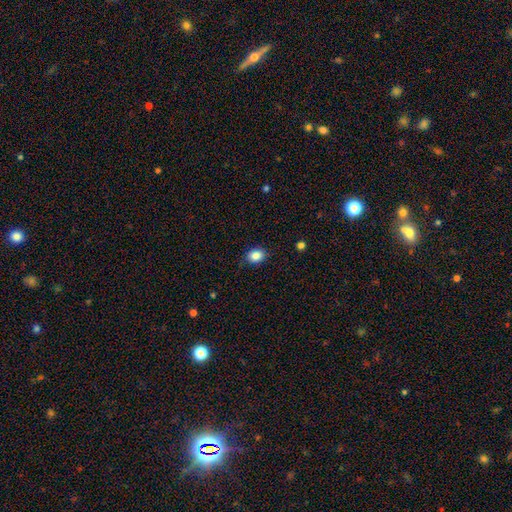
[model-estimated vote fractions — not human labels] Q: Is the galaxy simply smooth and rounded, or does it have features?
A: smooth — 86%.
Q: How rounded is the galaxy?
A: round — 54%.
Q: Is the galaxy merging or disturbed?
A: none — 83%.